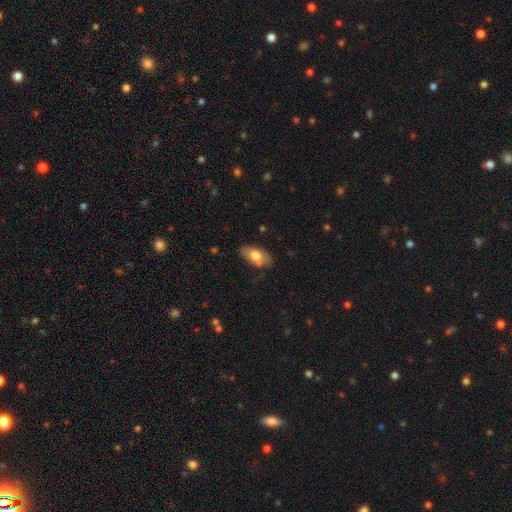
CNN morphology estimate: Smooth or featured? smooth (72%)
How rounded? in between (92%)
Merging? none (71%)